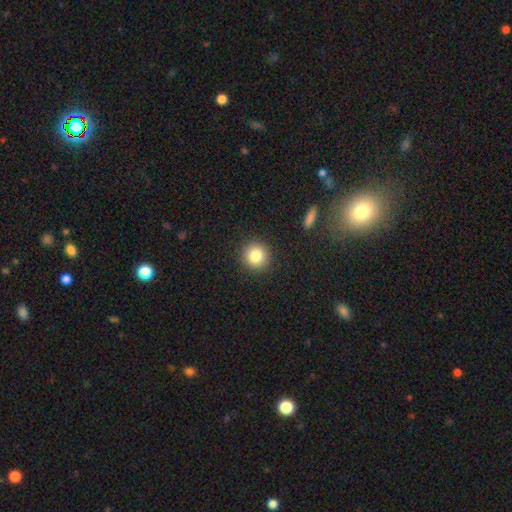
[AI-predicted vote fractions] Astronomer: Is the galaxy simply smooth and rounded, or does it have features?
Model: smooth — 84%.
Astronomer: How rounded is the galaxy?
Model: round — 93%.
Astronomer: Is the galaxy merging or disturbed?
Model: none — 91%.